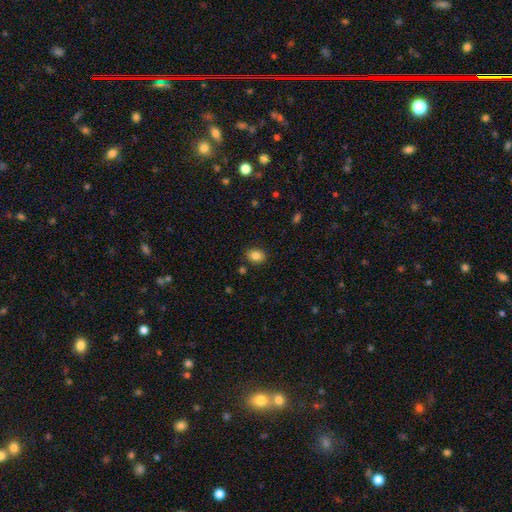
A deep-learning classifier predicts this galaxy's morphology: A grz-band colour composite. It shows a smooth galaxy with no disk features (84%) that is in between round and cigar-shaped (54%). Merging: none (86%).